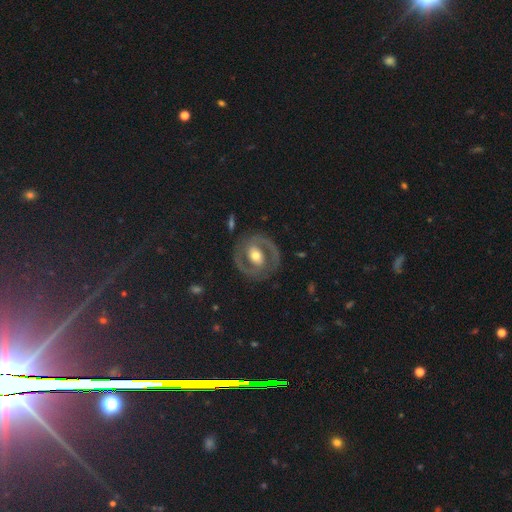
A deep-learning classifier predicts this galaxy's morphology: A featured or disk galaxy (79%) with no bar (39%), 2 (87%) medium (47%) spiral arms (76%) and a moderate central bulge (71%).

Vote fractions:
- Smooth or featured? featured or disk: 79% / smooth: 16% / star or artifact: 5%
- Edge-on disk? no: 97% / yes: 3%
- Bar? no: 39% / weak: 36% / strong: 26%
- Spiral arms? yes: 76% / no: 24%
- Spiral winding? medium: 47% / tight: 39% / loose: 14%
- Spiral arm count? 2: 87% / can't tell: 5% / 1: 5% / 3: 1% / 4: 1% / more than 4: 1%
- Bulge size? moderate: 71% / large: 15% / small: 12% / dominant: 1% / none: 1%
- Merging? none: 82% / minor disturbance: 11% / major disturbance: 6% / merger: 1%